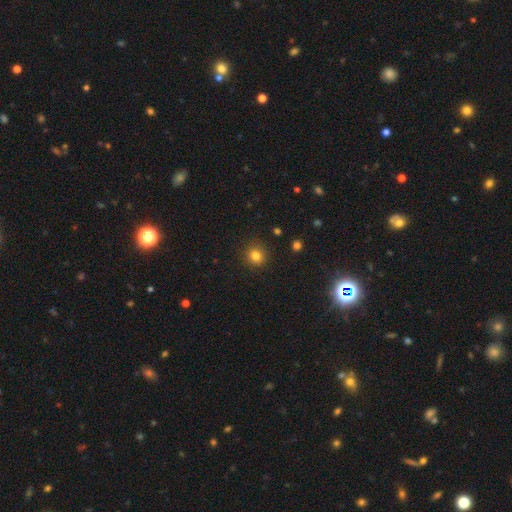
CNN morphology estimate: smooth 81%, star or artifact 13%, featured or disk 6%. Down the decision tree: how rounded — round (88%); merging — none (90%).